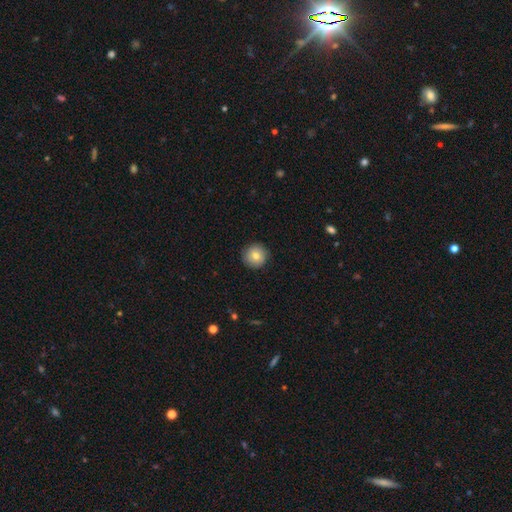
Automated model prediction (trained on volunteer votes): Q: Smooth or featured?
A: smooth (77%); runner-up: featured or disk (14%)
Q: How rounded?
A: round (95%); runner-up: in between (4%)
Q: Merging?
A: none (90%); runner-up: minor disturbance (7%)